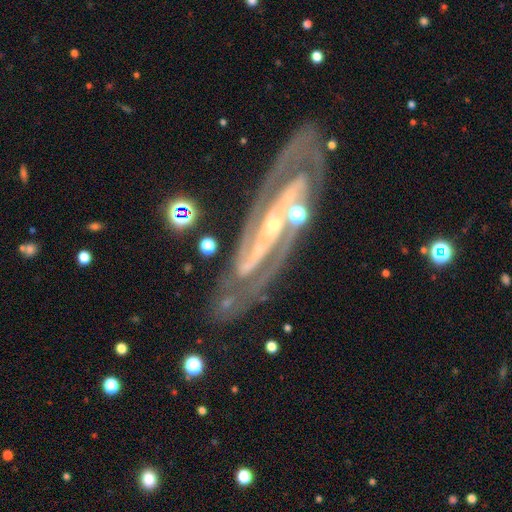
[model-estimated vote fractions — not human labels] A featured or disk galaxy (90%) with a strong bar (48%), 2 (87%) tight (51%) spiral arms (98%) and a small central bulge (69%). Merging: none (68%).